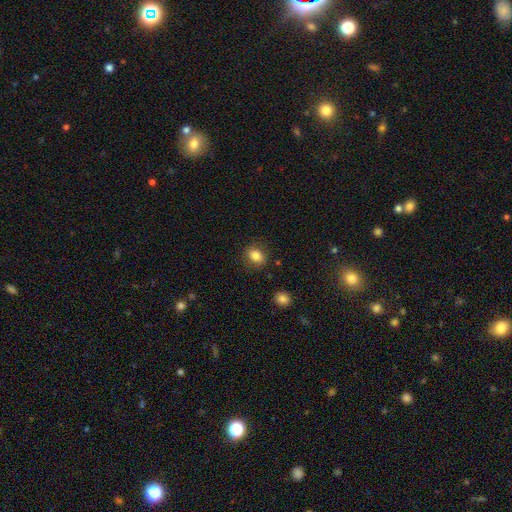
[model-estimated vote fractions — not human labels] smooth-or-featured: smooth: 84% | star or artifact: 10% | featured or disk: 7%
  how-rounded: in between: 58% | round: 41% | cigar-shaped: 1%
  merging: none: 83% | minor disturbance: 12% | major disturbance: 3% | merger: 2%